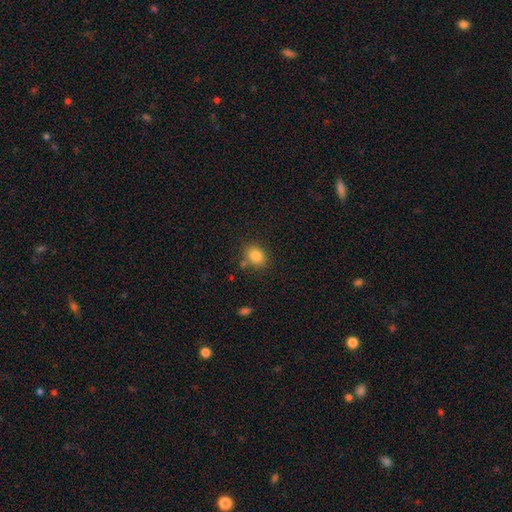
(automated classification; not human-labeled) Smooth or featured: smooth — 85% (star or artifact — 10%)
How rounded: in between — 52% (round — 47%)
Merging: none — 77% (minor disturbance — 13%)